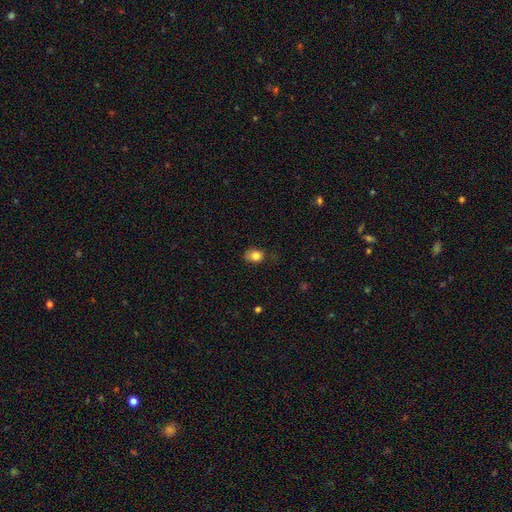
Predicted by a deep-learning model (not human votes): Smooth or featured: smooth — 82% (star or artifact — 10%)
How rounded: in between — 56% (round — 43%)
Merging: none — 64% (minor disturbance — 27%)